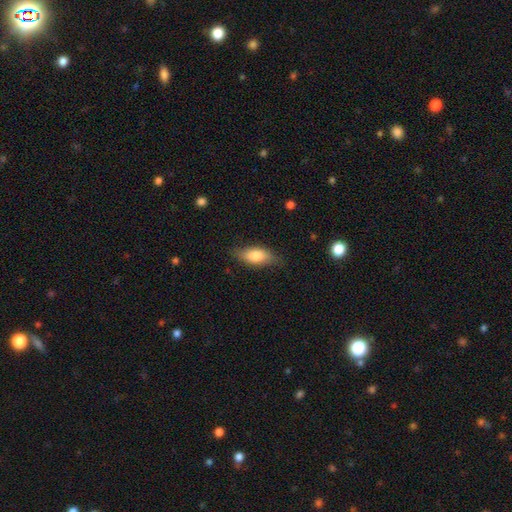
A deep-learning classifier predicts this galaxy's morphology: smooth-or-featured: smooth: 76% | featured or disk: 17% | star or artifact: 6%
  how-rounded: in between: 79% | cigar-shaped: 18% | round: 3%
  merging: none: 76% | minor disturbance: 19% | major disturbance: 4% | merger: 1%